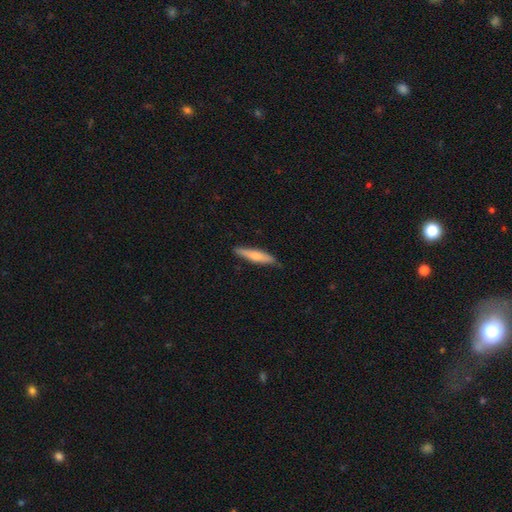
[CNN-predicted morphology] Smooth or featured? smooth (63%)
How rounded? cigar-shaped (86%)
Merging? none (83%)